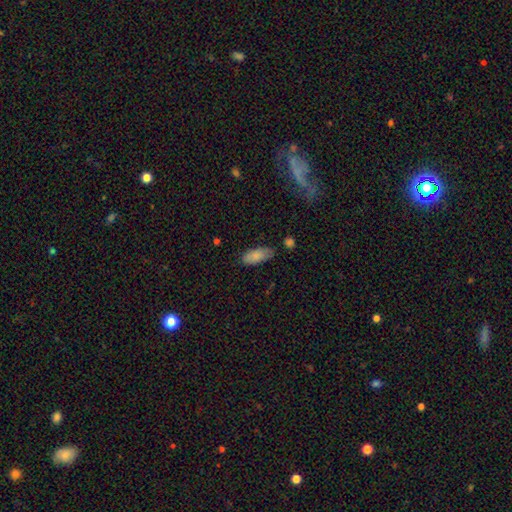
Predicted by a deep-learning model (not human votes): smooth_or_featured: smooth (p=0.84) [alt: featured or disk p=0.10]
how_rounded: in between (p=0.85) [alt: cigar-shaped p=0.13]
merging: none (p=0.72) [alt: minor disturbance p=0.21]